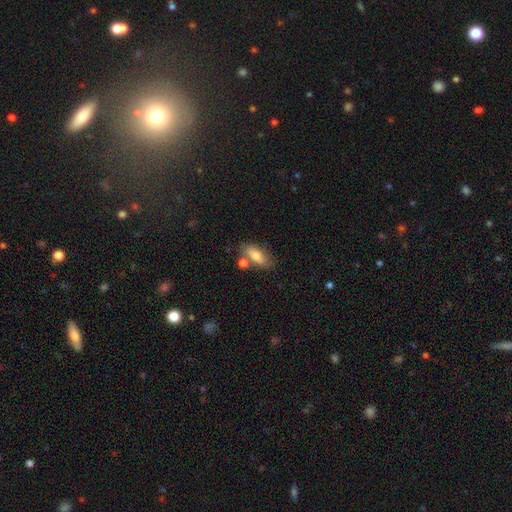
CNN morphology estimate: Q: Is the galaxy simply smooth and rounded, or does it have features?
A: smooth — 75%.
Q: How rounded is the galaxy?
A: in between — 80%.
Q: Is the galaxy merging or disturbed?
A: none — 66%.